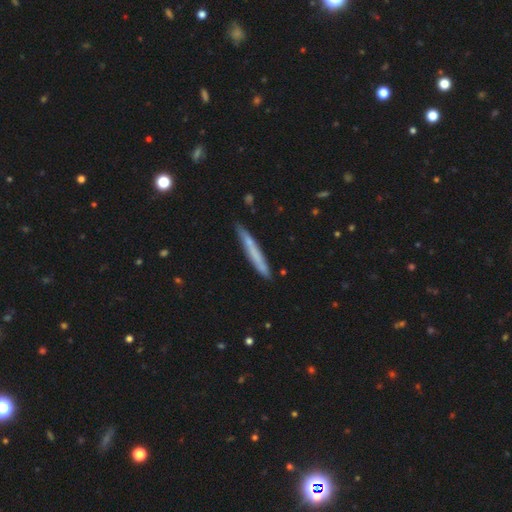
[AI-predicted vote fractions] Smooth or featured: smooth — 61% (featured or disk — 34%)
How rounded: cigar-shaped — 96% (in between — 2%)
Merging: none — 85% (minor disturbance — 12%)